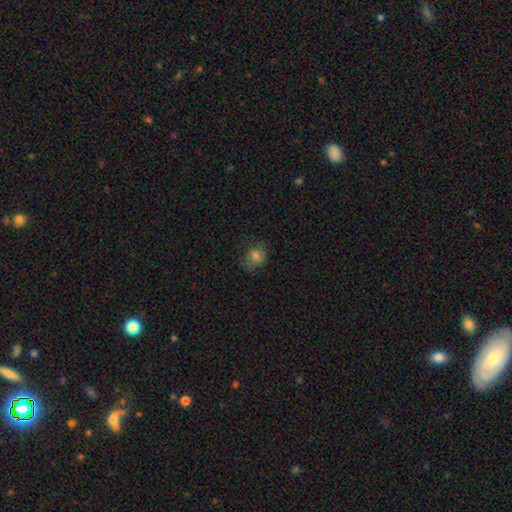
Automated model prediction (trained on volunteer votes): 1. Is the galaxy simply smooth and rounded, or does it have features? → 66% smooth, 19% featured or disk, 15% star or artifact.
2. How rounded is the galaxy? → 52% round, 47% in between, 1% cigar-shaped.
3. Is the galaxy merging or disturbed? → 60% none, 24% minor disturbance, 14% major disturbance, 2% merger.